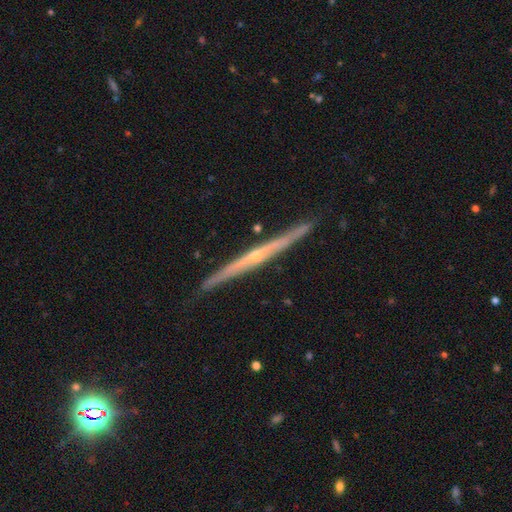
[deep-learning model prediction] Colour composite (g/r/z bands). It shows a featured or disk galaxy (82%) viewed edge-on (98%) with a rounded central bulge (61%). Merging: none (89%).